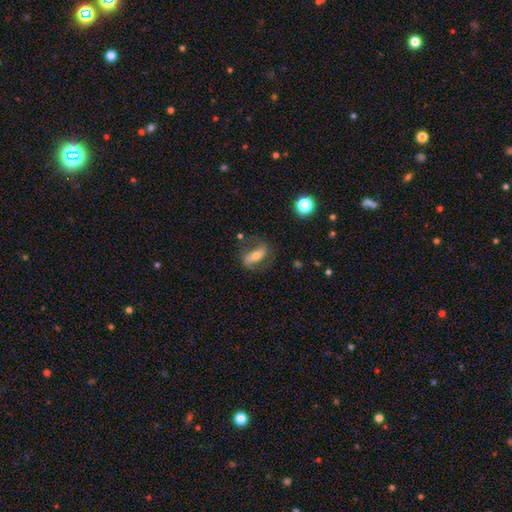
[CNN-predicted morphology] smooth_or_featured: featured or disk (p=0.50) [alt: smooth p=0.41]
disk_edge_on: no (p=0.73) [alt: yes p=0.27]
merging: none (p=0.65) [alt: minor disturbance p=0.19]